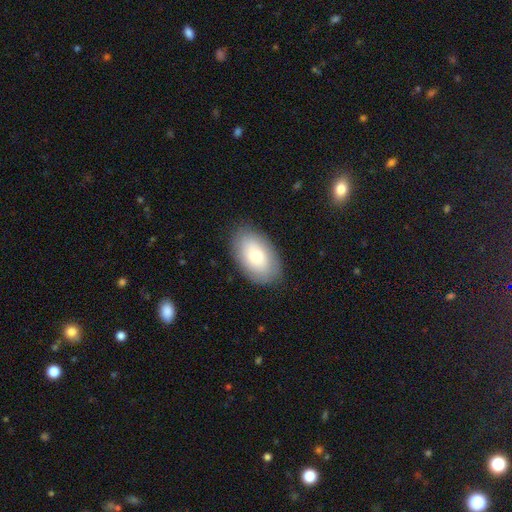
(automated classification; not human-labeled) Overall: smooth (70%). How rounded: in between (92%). Merging: none (84%).